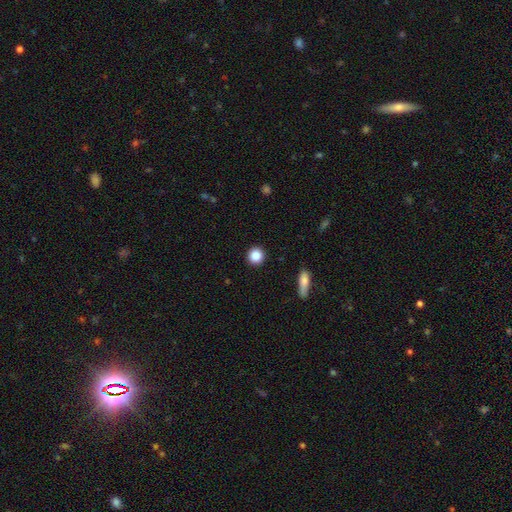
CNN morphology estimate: Overall: smooth (87%). How rounded: round (93%). Merging: none (92%).